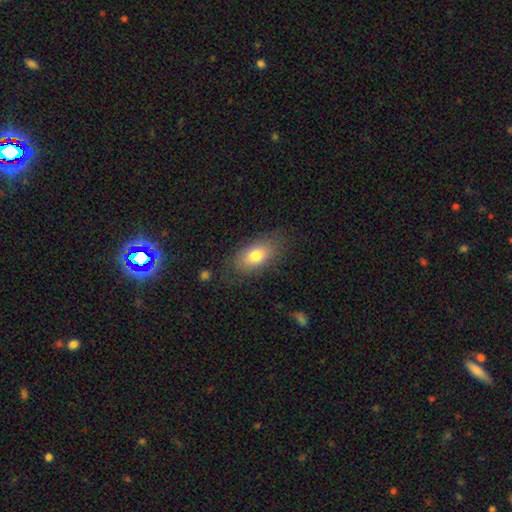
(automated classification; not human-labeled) Q: Smooth or featured?
A: smooth (76%); runner-up: featured or disk (16%)
Q: How rounded?
A: in between (89%); runner-up: round (8%)
Q: Merging?
A: none (77%); runner-up: minor disturbance (15%)